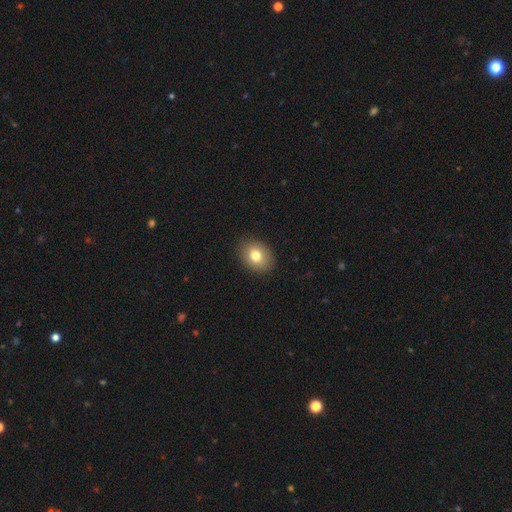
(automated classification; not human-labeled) Smooth or featured? smooth (79%)
How rounded? in between (57%)
Merging? none (89%)